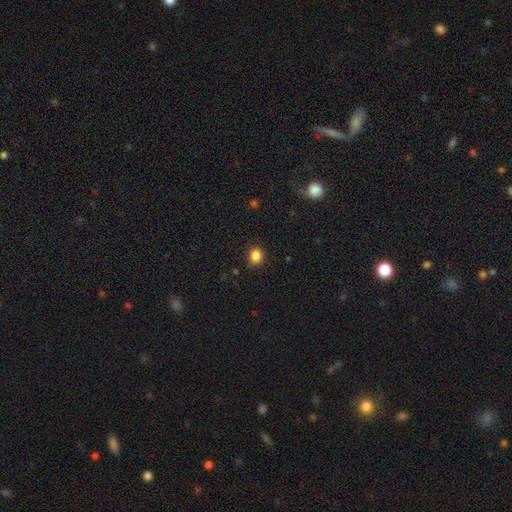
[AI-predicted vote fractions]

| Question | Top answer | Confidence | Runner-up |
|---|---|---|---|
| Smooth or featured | smooth | 86% | star or artifact (11%) |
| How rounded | round | 65% | in between (34%) |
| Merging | none | 85% | minor disturbance (11%) |